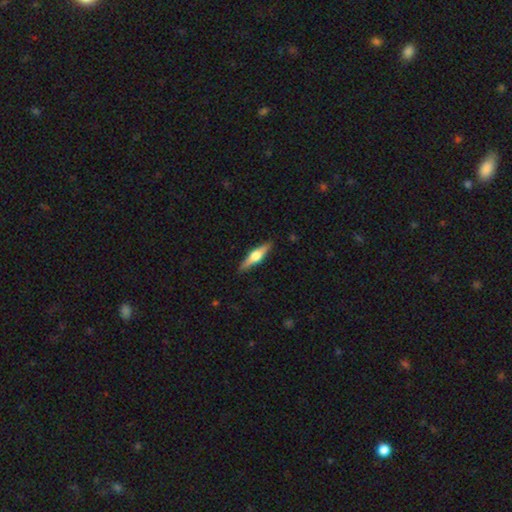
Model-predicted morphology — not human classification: Overall: featured or disk (64%; smooth 31%). Edge-on disk: yes (97%). Edge-on bulge: rounded (93%). Merging: none (90%).